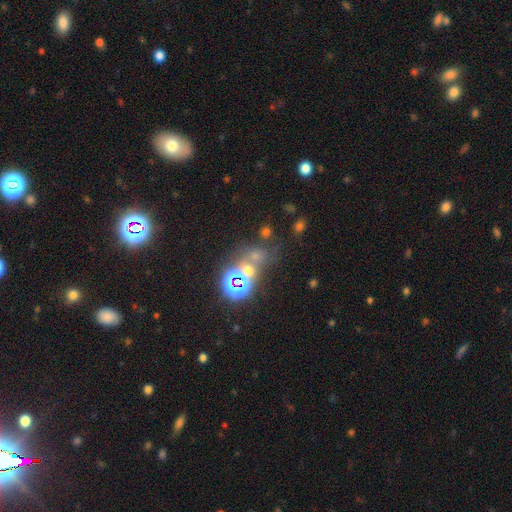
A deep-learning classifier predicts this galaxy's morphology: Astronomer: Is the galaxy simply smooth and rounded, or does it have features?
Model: star or artifact — 57%.